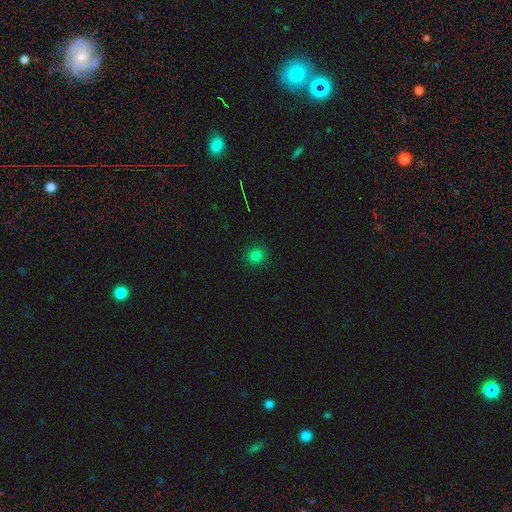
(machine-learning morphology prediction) Smooth or featured?
  - smooth: 81% *
  - star or artifact: 15%
  - featured or disk: 4%
How rounded?
  - round: 88% *
  - in between: 11%
  - cigar-shaped: 1%
Merging?
  - none: 90% *
  - minor disturbance: 7%
  - major disturbance: 2%
  - merger: 1%